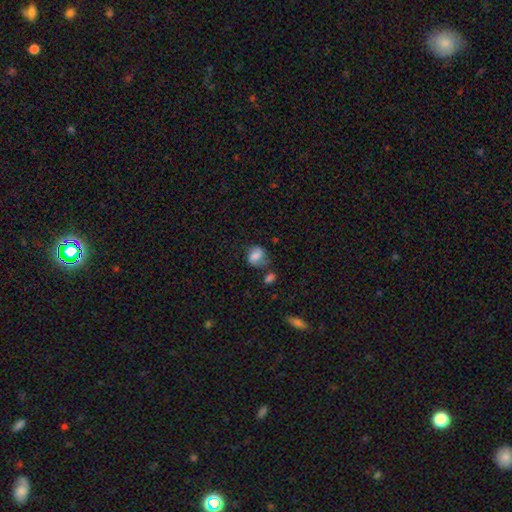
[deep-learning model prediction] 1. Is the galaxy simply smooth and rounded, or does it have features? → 68% smooth, 22% featured or disk, 10% star or artifact.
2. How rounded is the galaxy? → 50% round, 48% in between, 1% cigar-shaped.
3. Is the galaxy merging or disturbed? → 51% none, 27% minor disturbance, 12% major disturbance, 11% merger.